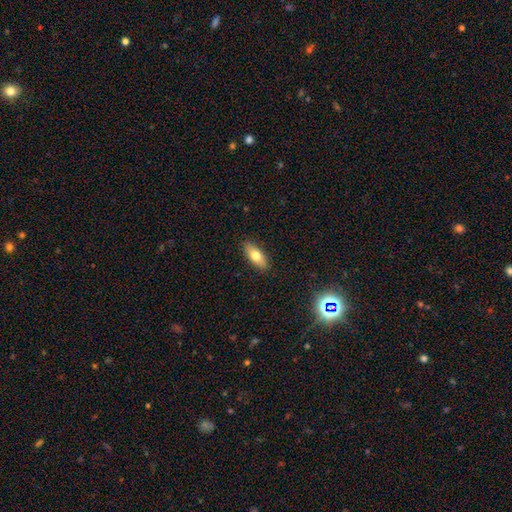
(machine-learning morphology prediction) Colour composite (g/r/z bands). It shows a smooth galaxy with no disk features (72%) that is in between round and cigar-shaped (78%). Merging: none (88%).